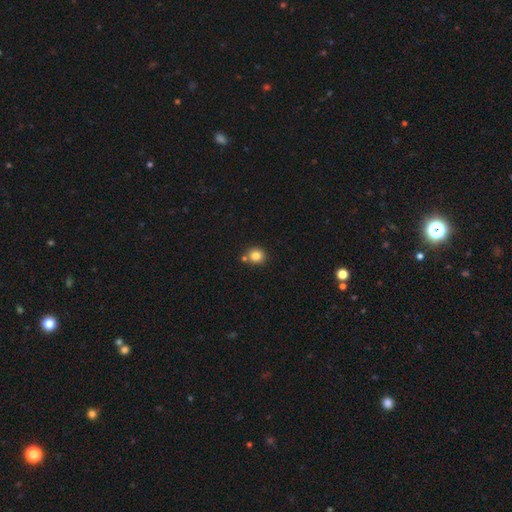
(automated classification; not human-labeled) Morphology: type=smooth (83%); roundness=round (86%); merging=none (72%).